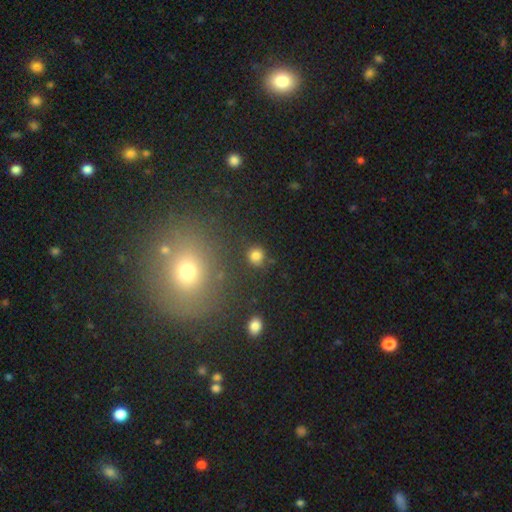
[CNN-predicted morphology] Smooth or featured?
  - smooth: 81% *
  - star or artifact: 14%
  - featured or disk: 5%
How rounded?
  - round: 88% *
  - in between: 11%
  - cigar-shaped: 1%
Merging?
  - none: 85% *
  - minor disturbance: 8%
  - merger: 4%
  - major disturbance: 3%